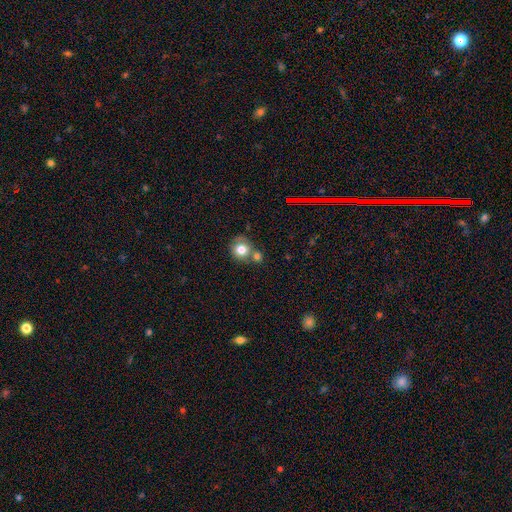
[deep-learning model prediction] This is likely a smooth galaxy (72%). How rounded: clearly round (85%). Merging: possibly none (57%).